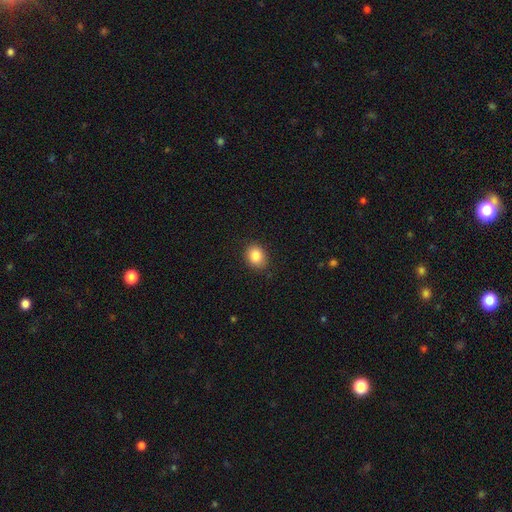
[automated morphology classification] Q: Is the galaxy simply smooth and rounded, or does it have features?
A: smooth — 85%.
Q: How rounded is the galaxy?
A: round — 52%.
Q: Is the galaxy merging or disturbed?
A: none — 86%.